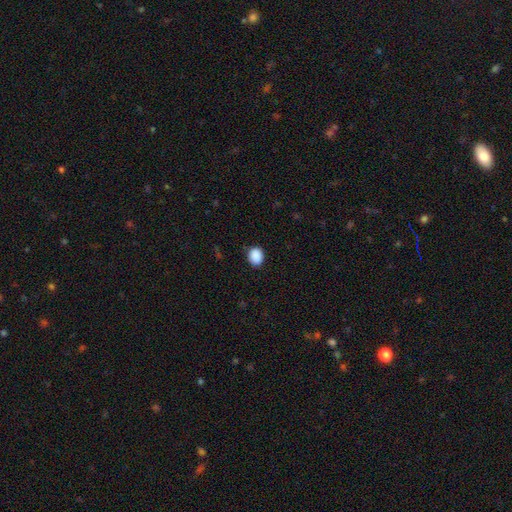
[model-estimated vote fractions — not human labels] Smooth or featured?
  - smooth: 90% *
  - star or artifact: 8%
  - featured or disk: 2%
How rounded?
  - round: 50% *
  - in between: 49%
  - cigar-shaped: 1%
Merging?
  - none: 86% *
  - minor disturbance: 10%
  - major disturbance: 2%
  - merger: 1%